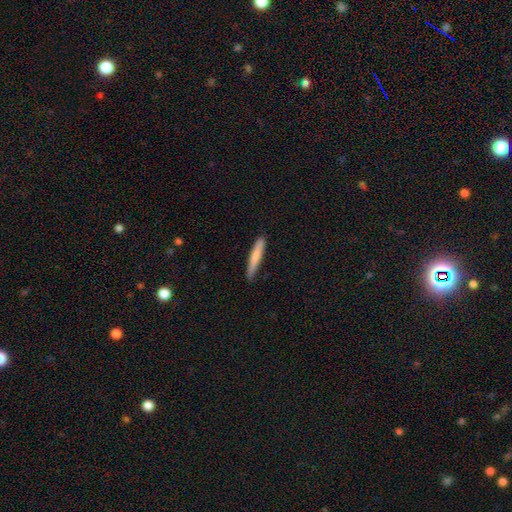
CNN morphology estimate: smooth-or-featured: smooth: 74% | featured or disk: 21% | star or artifact: 5%
  how-rounded: cigar-shaped: 94% | in between: 5% | round: 1%
  merging: none: 82% | minor disturbance: 14% | major disturbance: 2% | merger: 1%